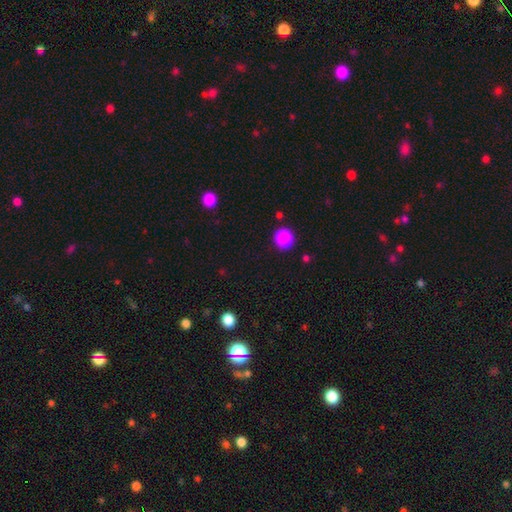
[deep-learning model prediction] Smooth or featured?
  - smooth: 78% *
  - star or artifact: 18%
  - featured or disk: 4%
How rounded?
  - round: 86% *
  - in between: 13%
  - cigar-shaped: 1%
Merging?
  - none: 86% *
  - minor disturbance: 8%
  - major disturbance: 3%
  - merger: 3%